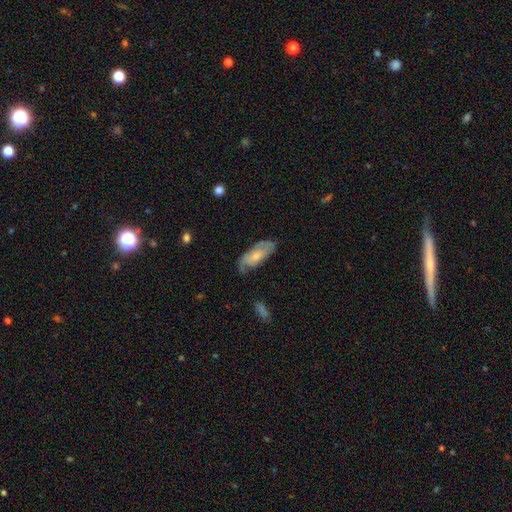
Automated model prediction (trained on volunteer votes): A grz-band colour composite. It shows a featured or disk galaxy (57%). Merging: none (67%).